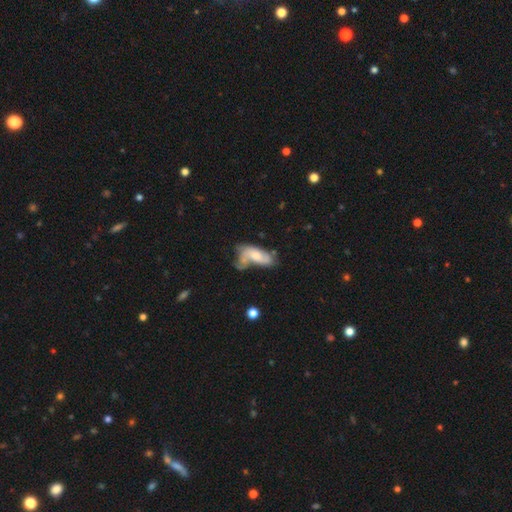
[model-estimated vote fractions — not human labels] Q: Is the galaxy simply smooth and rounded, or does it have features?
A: smooth — 54%.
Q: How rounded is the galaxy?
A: in between — 83%.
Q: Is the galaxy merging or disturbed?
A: merger — 28%.